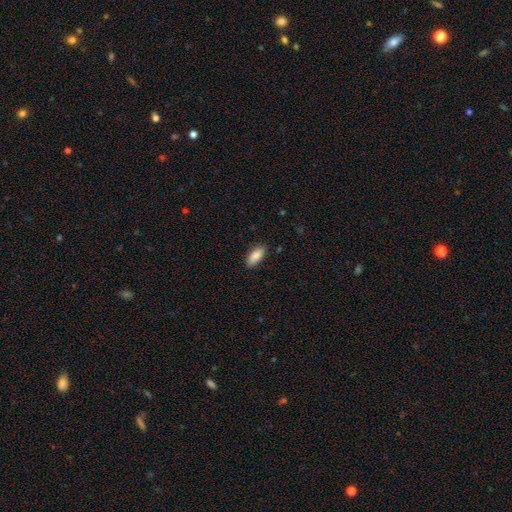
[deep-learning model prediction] A smooth galaxy with no disk features (86%) that is in between round and cigar-shaped (85%). Merging: none (86%).